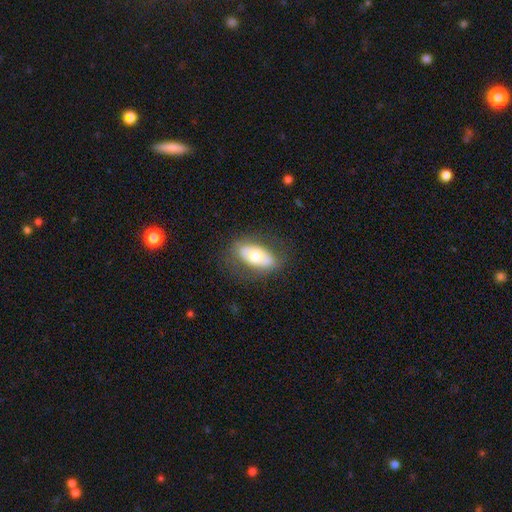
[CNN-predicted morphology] This appears to be a smooth galaxy with no disk features (58%) that is in between round and cigar-shaped (91%). Merging: none (77%).